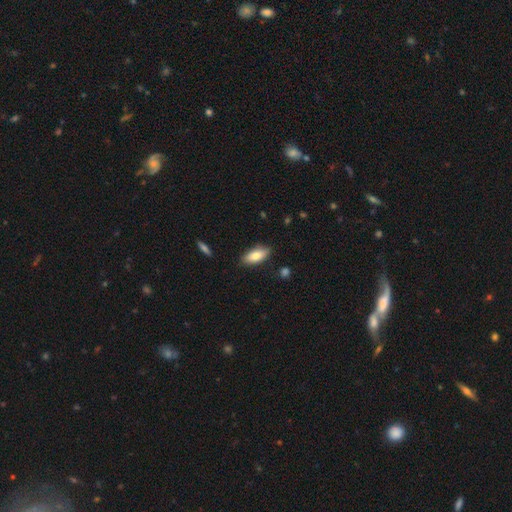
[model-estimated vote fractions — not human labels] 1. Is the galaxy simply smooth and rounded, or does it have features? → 81% smooth, 13% featured or disk, 7% star or artifact.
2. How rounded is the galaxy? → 85% in between, 13% cigar-shaped, 2% round.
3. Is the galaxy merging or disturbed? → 84% none, 13% minor disturbance, 2% major disturbance, 2% merger.